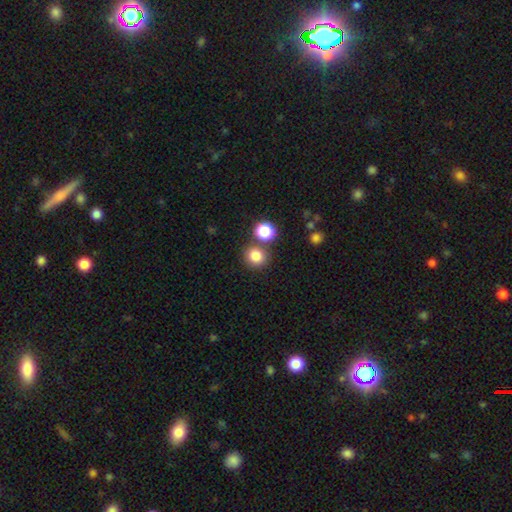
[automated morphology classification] smooth-or-featured: smooth: 81% | star or artifact: 13% | featured or disk: 6%
  how-rounded: round: 84% | in between: 15% | cigar-shaped: 1%
  merging: none: 73% | merger: 16% | minor disturbance: 8% | major disturbance: 3%